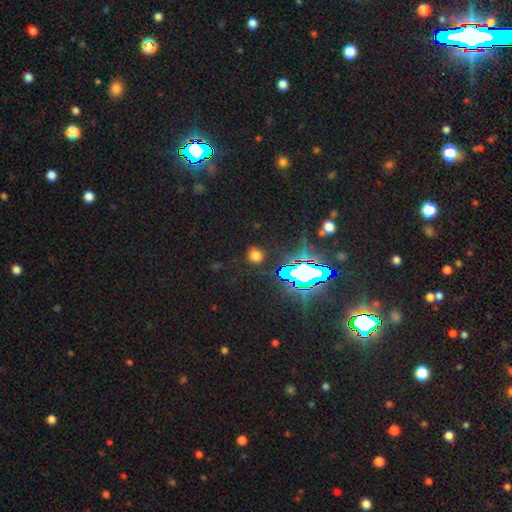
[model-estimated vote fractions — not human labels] Morphology: type=smooth (60%); roundness=round (84%); merging=none (85%).